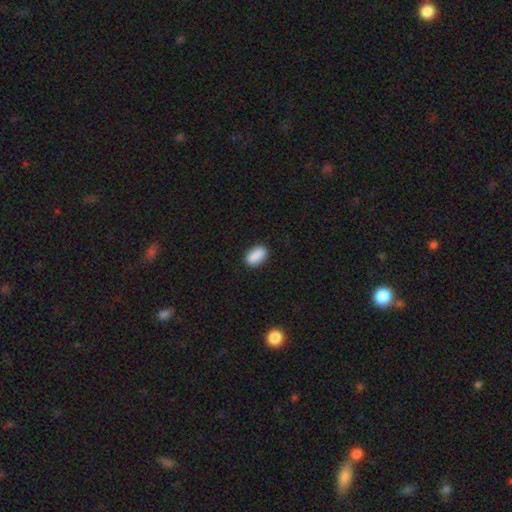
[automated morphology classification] Smooth or featured? smooth (89%)
How rounded? in between (89%)
Merging? none (87%)